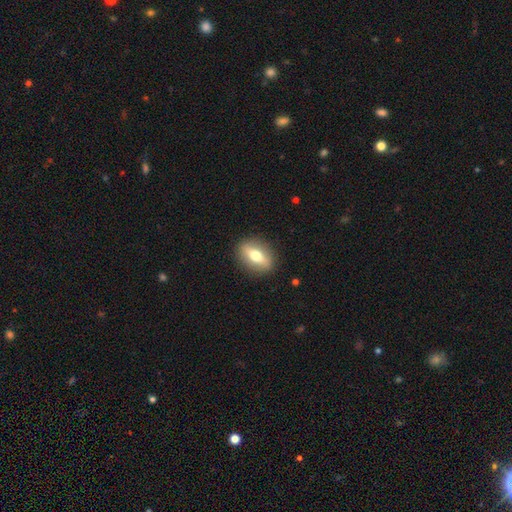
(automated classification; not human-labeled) Overall: smooth (51%; featured or disk 41%). How rounded: in between (68%). Merging: none (88%).